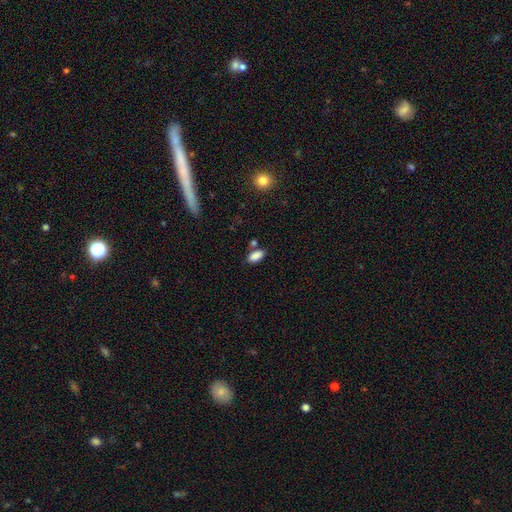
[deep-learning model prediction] This appears to be a smooth galaxy with no disk features (87%) that is in between round and cigar-shaped (92%). Merging: none (73%).